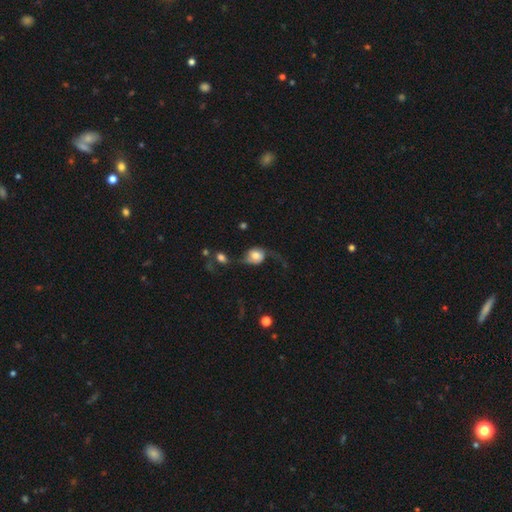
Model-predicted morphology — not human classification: Smooth or featured: smooth — 53% (featured or disk — 39%)
How rounded: round — 58% (in between — 40%)
Merging: major disturbance — 41% (none — 28%)